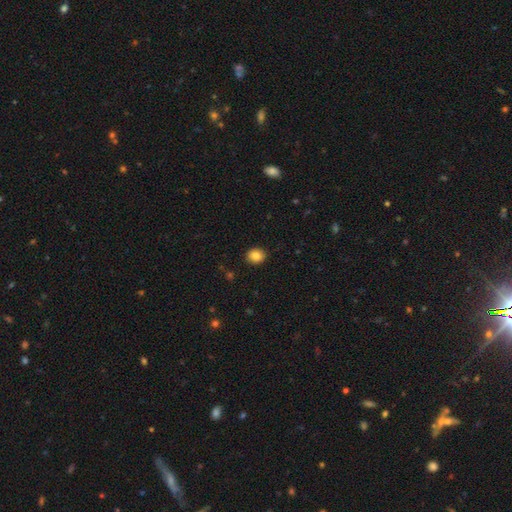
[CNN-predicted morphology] The model was most divided on "how rounded": round: 64%, in between: 35%, cigar-shaped: 1%. More confident: merging — none (91%); smooth or featured — smooth (85%).